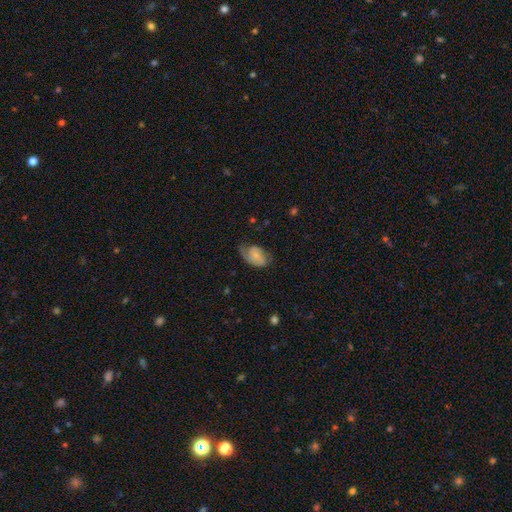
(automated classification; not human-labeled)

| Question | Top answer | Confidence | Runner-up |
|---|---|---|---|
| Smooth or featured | featured or disk | 47% | smooth (46%) |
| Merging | none | 48% | minor disturbance (32%) |